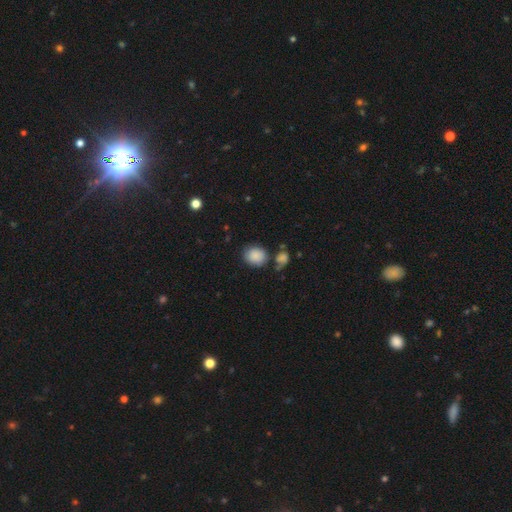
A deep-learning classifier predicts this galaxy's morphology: Q: Smooth or featured?
A: smooth (87%); runner-up: star or artifact (8%)
Q: How rounded?
A: round (69%); runner-up: in between (30%)
Q: Merging?
A: none (68%); runner-up: minor disturbance (15%)